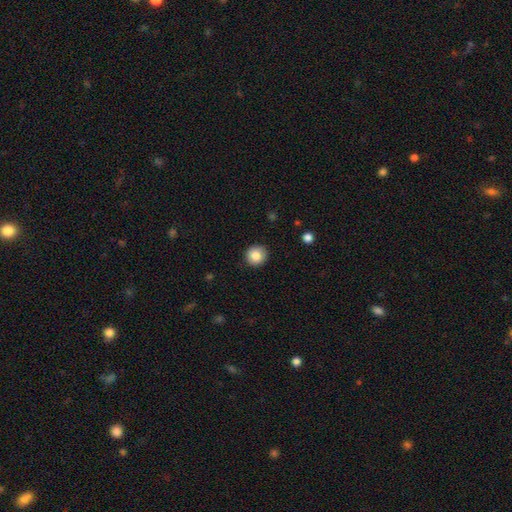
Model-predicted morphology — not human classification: Smooth or featured? smooth (82%)
How rounded? round (91%)
Merging? none (90%)